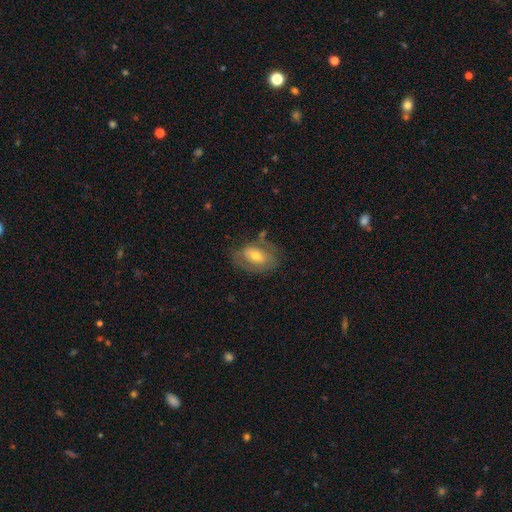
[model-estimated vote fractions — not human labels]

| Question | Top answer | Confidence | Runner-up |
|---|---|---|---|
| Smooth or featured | featured or disk | 48% | smooth (44%) |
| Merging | none | 59% | minor disturbance (22%) |